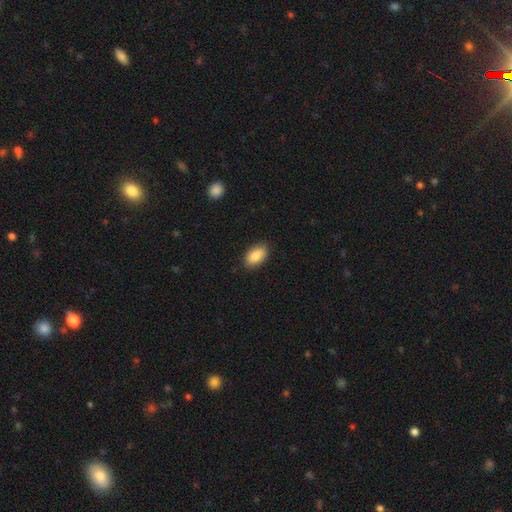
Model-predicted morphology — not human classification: smooth-or-featured: smooth: 87% | featured or disk: 7% | star or artifact: 6%
  how-rounded: in between: 93% | round: 5% | cigar-shaped: 3%
  merging: none: 86% | minor disturbance: 11% | major disturbance: 2% | merger: 1%